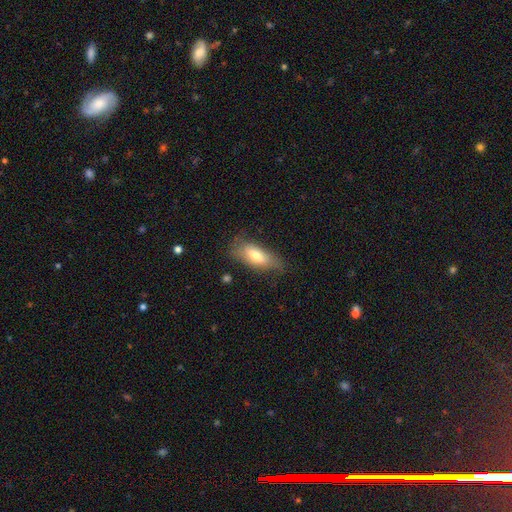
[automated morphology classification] This appears to be a smooth galaxy with no disk features (70%) that is in between round and cigar-shaped (76%). Merging: none (67%).